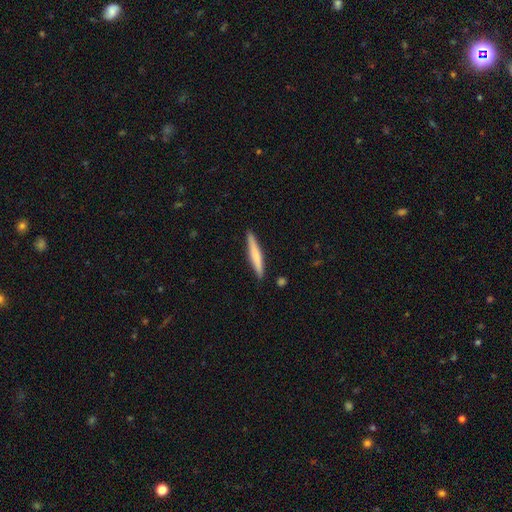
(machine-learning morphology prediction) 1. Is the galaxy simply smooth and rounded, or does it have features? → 63% smooth, 31% featured or disk, 5% star or artifact.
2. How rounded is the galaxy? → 95% cigar-shaped, 4% in between, 1% round.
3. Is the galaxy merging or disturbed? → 90% none, 7% minor disturbance, 1% major disturbance, 1% merger.